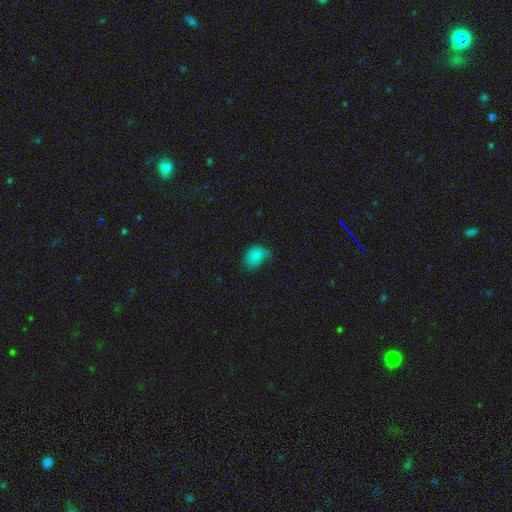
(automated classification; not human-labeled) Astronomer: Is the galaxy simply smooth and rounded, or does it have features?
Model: smooth — 78%.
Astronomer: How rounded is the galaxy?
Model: in between — 66%.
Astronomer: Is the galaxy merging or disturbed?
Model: minor disturbance — 40% (runner-up: none, 38%).